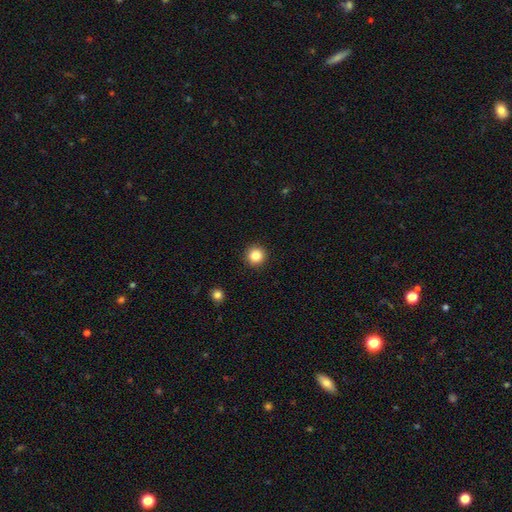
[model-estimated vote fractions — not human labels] Overall: smooth (84%). How rounded: round (96%). Merging: none (93%).